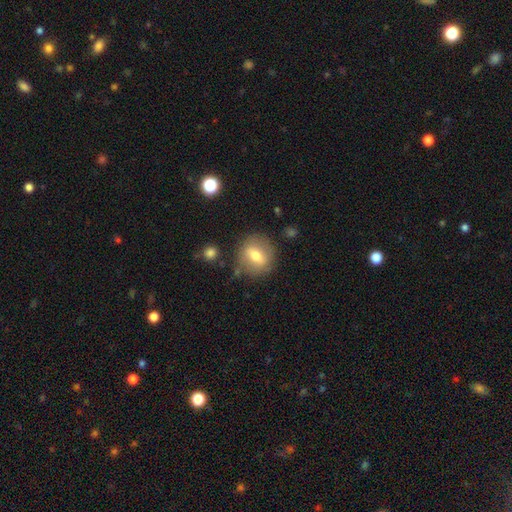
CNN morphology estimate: Overall: smooth (60%; featured or disk 31%). How rounded: round (72%). Merging: none (81%).